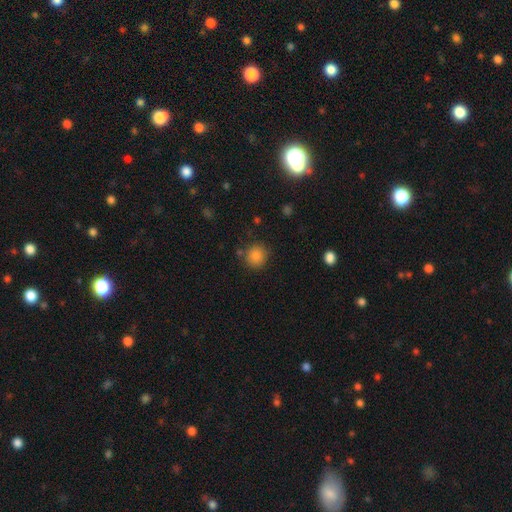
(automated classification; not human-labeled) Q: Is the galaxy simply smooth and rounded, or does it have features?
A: smooth — 85%.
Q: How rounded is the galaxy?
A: round — 90%.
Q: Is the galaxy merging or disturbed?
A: none — 82%.